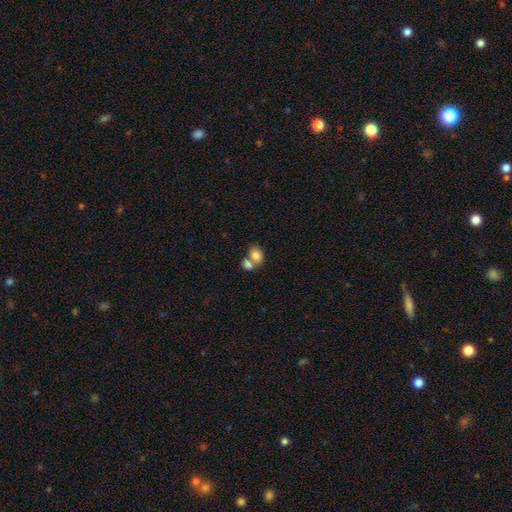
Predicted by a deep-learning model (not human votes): A smooth galaxy with no disk features (81%) that is in between round and cigar-shaped (65%). Merging: merger (59%).